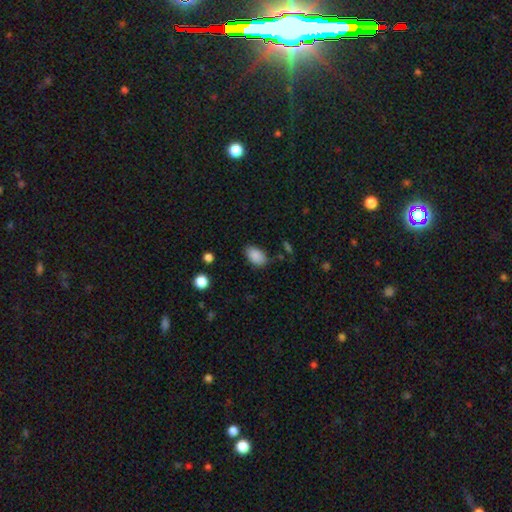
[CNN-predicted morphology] A smooth galaxy with no disk features (87%) that is in between round and cigar-shaped (91%). Merging: none (80%).